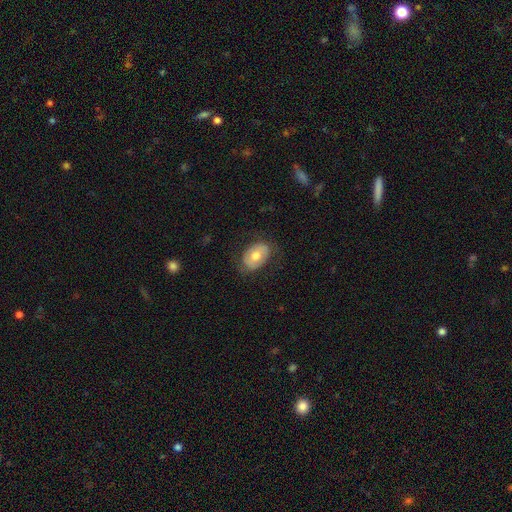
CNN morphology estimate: This is likely a smooth galaxy (61%). How rounded: clearly in between (82%). Merging: likely none (76%).